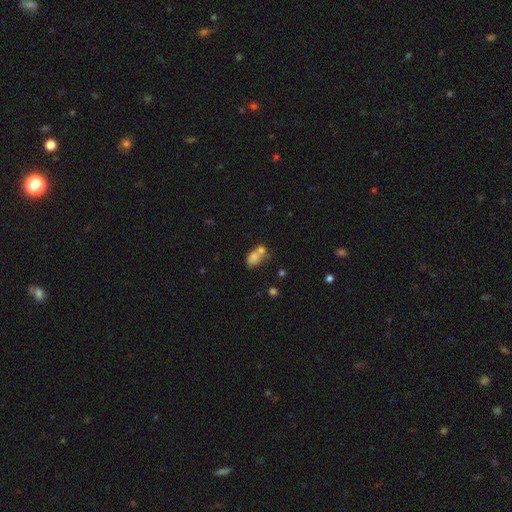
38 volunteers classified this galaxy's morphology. smooth_or_featured: smooth (p=0.71) [alt: featured or disk p=0.24]
how_rounded: in between (p=0.81) [alt: round p=0.11]
merging: merger (p=0.64) [alt: none p=0.28]